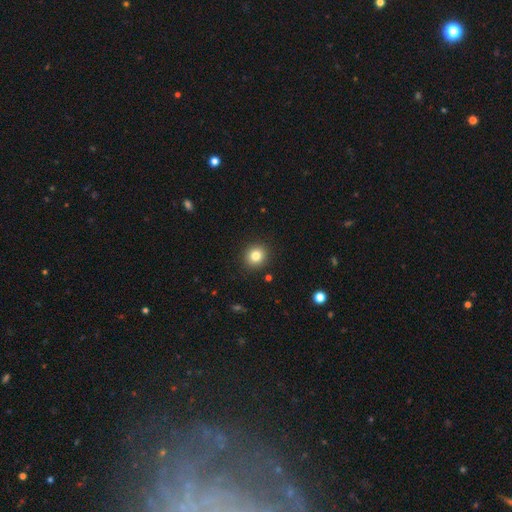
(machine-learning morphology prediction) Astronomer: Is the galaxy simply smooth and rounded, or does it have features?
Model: smooth — 82%.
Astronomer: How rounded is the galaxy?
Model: round — 87%.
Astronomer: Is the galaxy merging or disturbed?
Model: none — 91%.